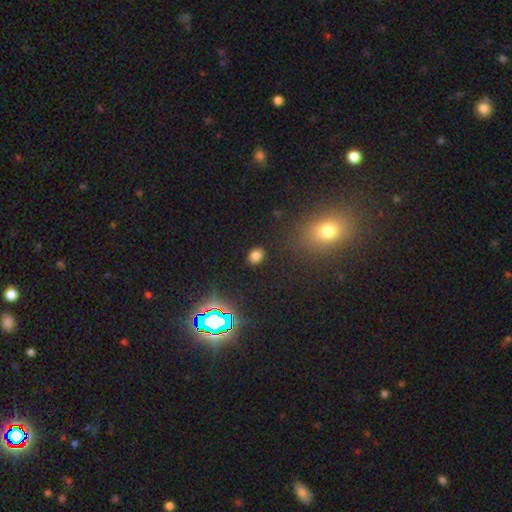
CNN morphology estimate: smooth_or_featured: smooth (p=0.77) [alt: star or artifact p=0.17]
how_rounded: in between (p=0.56) [alt: round p=0.43]
merging: none (p=0.88) [alt: minor disturbance p=0.08]